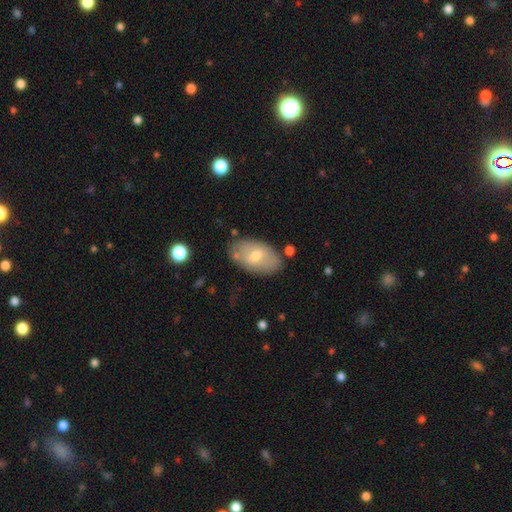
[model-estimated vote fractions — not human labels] The model was most divided on "smooth or featured": smooth: 62%, featured or disk: 31%, star or artifact: 7%. More confident: how rounded — in between (93%); merging — none (77%).